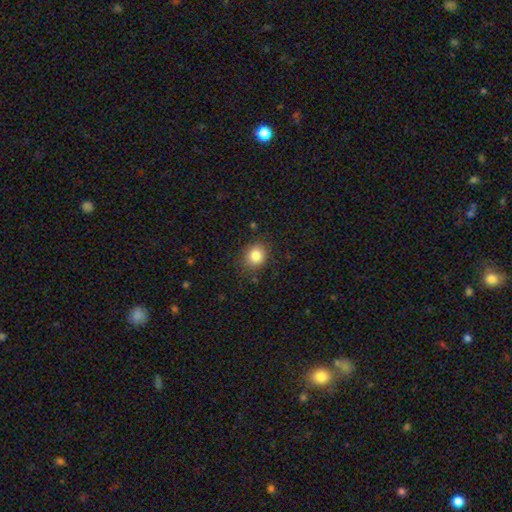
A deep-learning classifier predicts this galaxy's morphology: Q: Smooth or featured?
A: smooth (83%); runner-up: star or artifact (11%)
Q: How rounded?
A: round (74%); runner-up: in between (26%)
Q: Merging?
A: none (85%); runner-up: minor disturbance (11%)